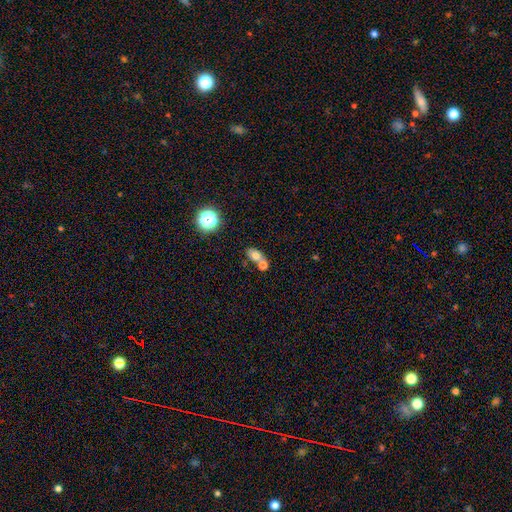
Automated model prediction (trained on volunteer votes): A smooth galaxy with no disk features (71%) that is in between round and cigar-shaped (69%). Merging: merger (51%).